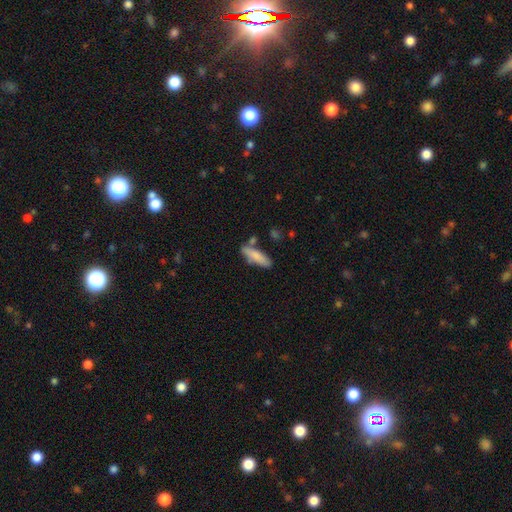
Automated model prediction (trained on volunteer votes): A smooth galaxy with no disk features (80%) that is cigar-shaped (61%).

Vote fractions:
- Smooth or featured? smooth: 80% / featured or disk: 14% / star or artifact: 6%
- How rounded? cigar-shaped: 61% / in between: 37% / round: 2%
- Merging? none: 68% / minor disturbance: 19% / merger: 9% / major disturbance: 4%